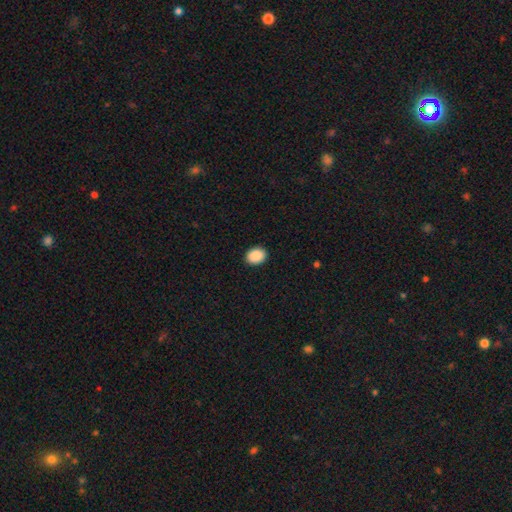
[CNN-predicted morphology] type=smooth (90%); roundness=in between (63%); merging=none (91%).